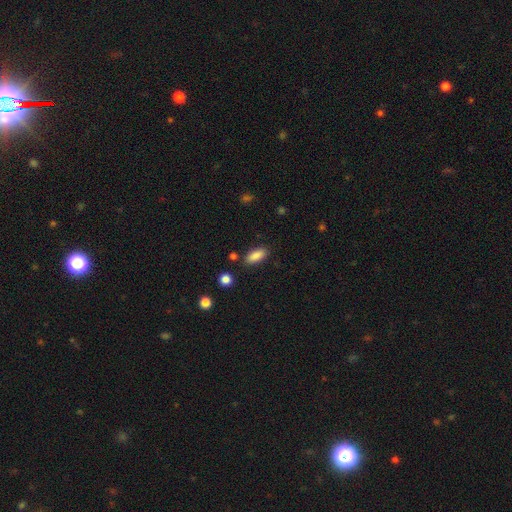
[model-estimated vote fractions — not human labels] smooth 87%, star or artifact 8%, featured or disk 5%. Down the decision tree: how rounded — in between (85%); merging — none (85%).